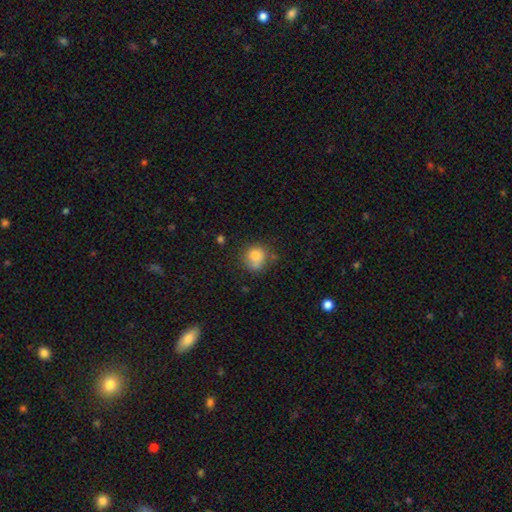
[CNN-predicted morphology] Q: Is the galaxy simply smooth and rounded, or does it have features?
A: smooth — 81%.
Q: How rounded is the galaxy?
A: round — 79%.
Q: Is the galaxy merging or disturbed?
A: none — 55%.